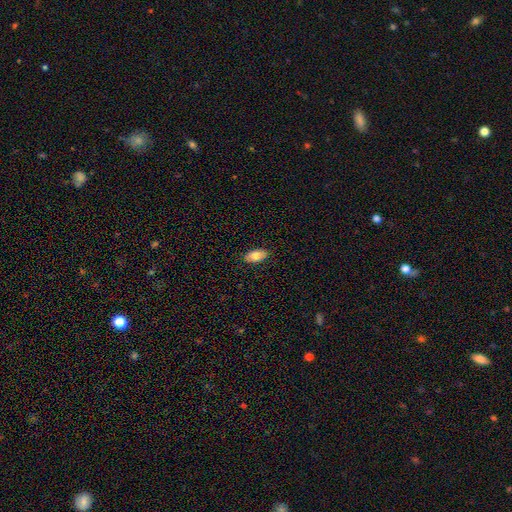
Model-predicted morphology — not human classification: type=smooth (82%); roundness=in between (94%); merging=none (88%).